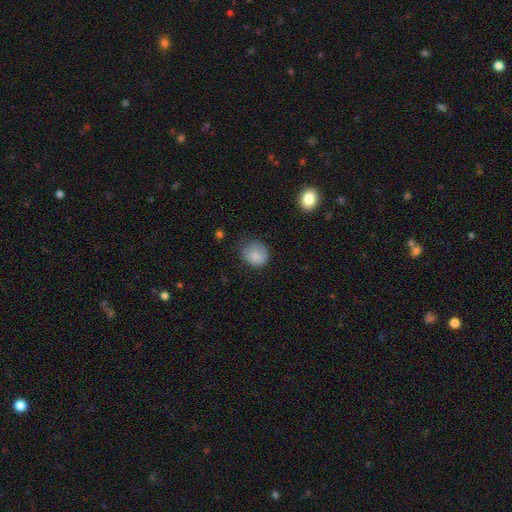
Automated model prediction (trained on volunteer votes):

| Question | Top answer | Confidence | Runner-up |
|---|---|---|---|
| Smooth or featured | smooth | 84% | star or artifact (8%) |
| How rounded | round | 71% | in between (28%) |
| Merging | none | 59% | minor disturbance (31%) |